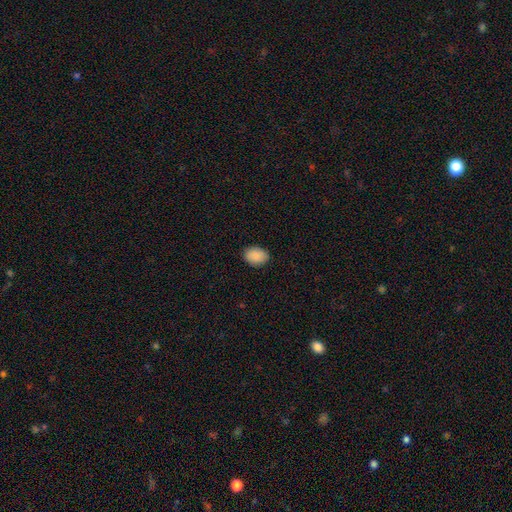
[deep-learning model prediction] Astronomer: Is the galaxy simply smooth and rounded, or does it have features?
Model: smooth — 88%.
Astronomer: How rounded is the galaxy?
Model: in between — 71%.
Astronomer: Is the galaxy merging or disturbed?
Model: none — 87%.